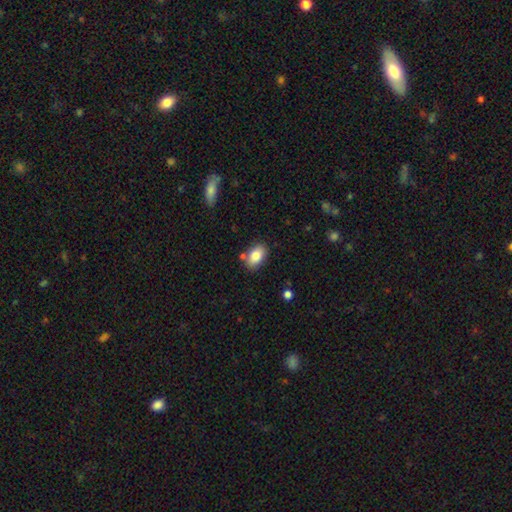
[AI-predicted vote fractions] This appears to be a smooth galaxy with no disk features (83%) that is in between round and cigar-shaped (89%). Merging: none (80%).